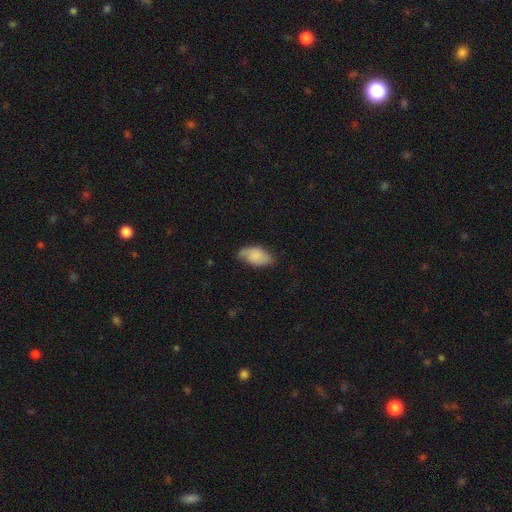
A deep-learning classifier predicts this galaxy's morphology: A smooth galaxy with no disk features (69%) that is in between round and cigar-shaped (94%).

Vote fractions:
- Smooth or featured? smooth: 69% / featured or disk: 24% / star or artifact: 7%
- How rounded? in between: 94% / round: 3% / cigar-shaped: 3%
- Merging? none: 61% / minor disturbance: 29% / major disturbance: 8% / merger: 1%